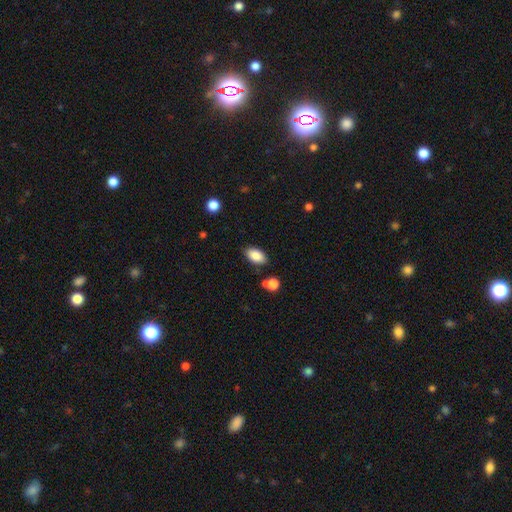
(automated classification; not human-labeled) Overall: smooth (86%). How rounded: in between (92%). Merging: none (81%).